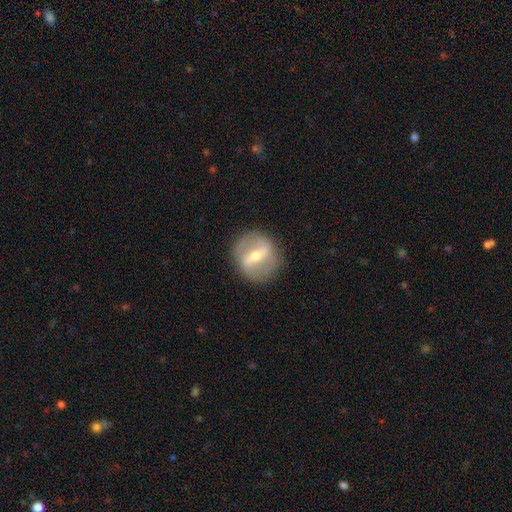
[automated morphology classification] This appears to be a featured or disk galaxy (72%) with a strong bar (69%), no spiral arms (61%) and a moderate central bulge (58%). Merging: none (84%).